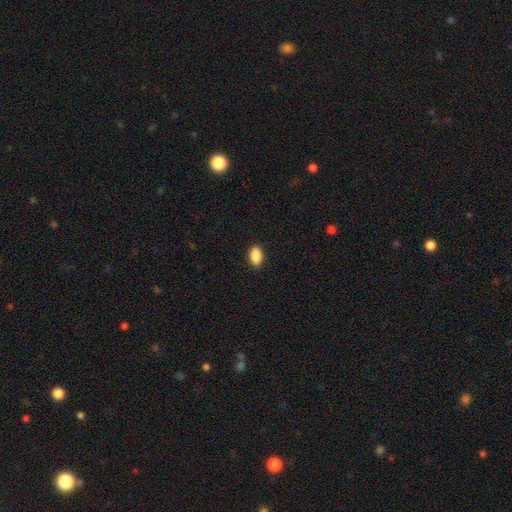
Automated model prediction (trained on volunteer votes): This appears to be a smooth galaxy with no disk features (90%) that is in between round and cigar-shaped (92%). Merging: none (90%).